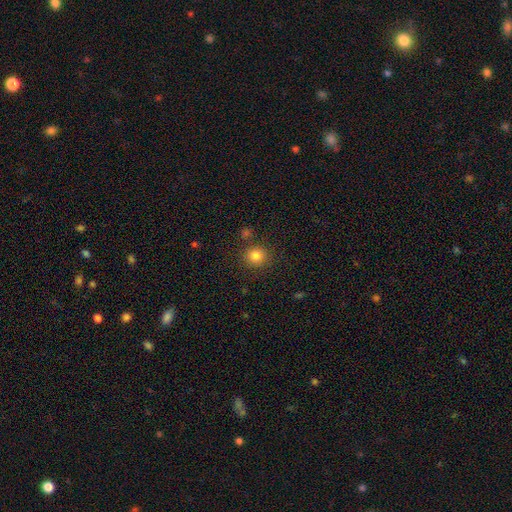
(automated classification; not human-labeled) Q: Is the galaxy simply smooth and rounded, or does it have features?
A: smooth — 82%.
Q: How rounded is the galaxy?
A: round — 89%.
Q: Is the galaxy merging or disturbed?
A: none — 84%.